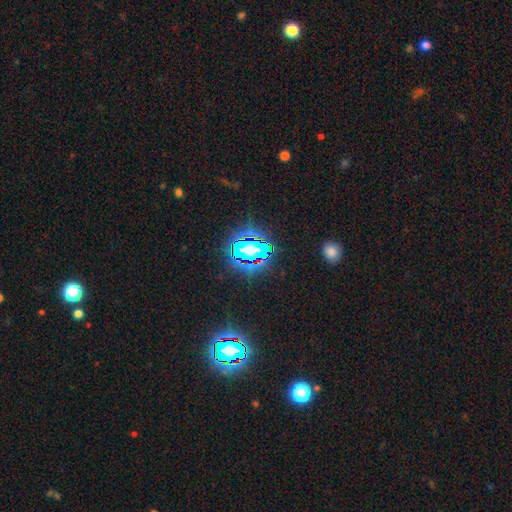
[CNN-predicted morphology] A star or artifact, not a galaxy (64%).

Vote fractions:
- Smooth or featured? star or artifact: 64% / smooth: 23% / featured or disk: 13%